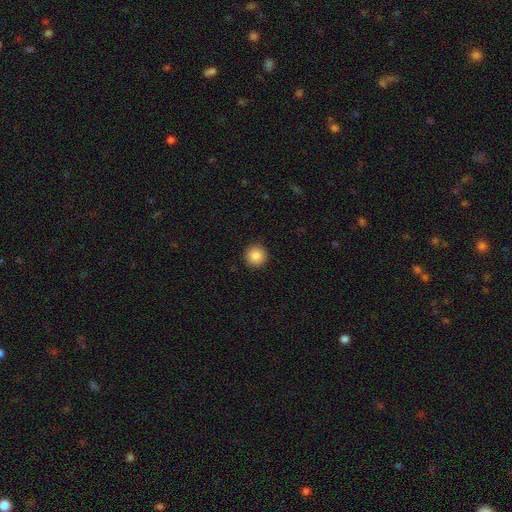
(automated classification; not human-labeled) This appears to be a smooth galaxy with no disk features (87%) that is round (96%). Merging: none (93%).